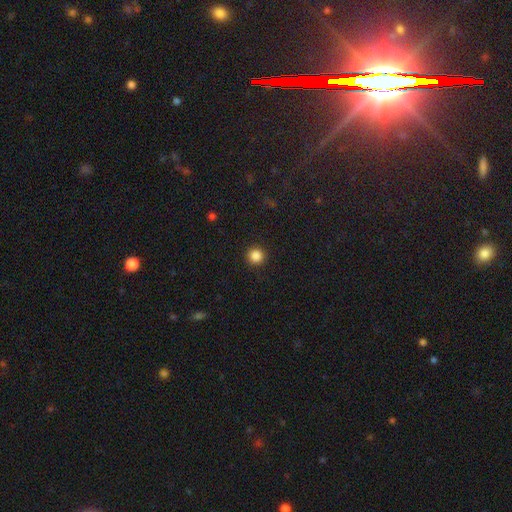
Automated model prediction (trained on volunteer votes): Smooth or featured? Predicted: smooth (p=0.87). How rounded? Predicted: round (p=0.95). Merging? Predicted: none (p=0.92).